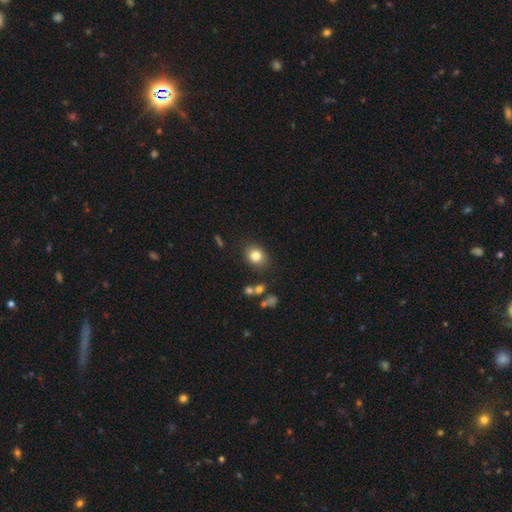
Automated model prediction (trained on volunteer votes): Overall: smooth (81%). How rounded: round (54%; in between 45%). Merging: none (83%).